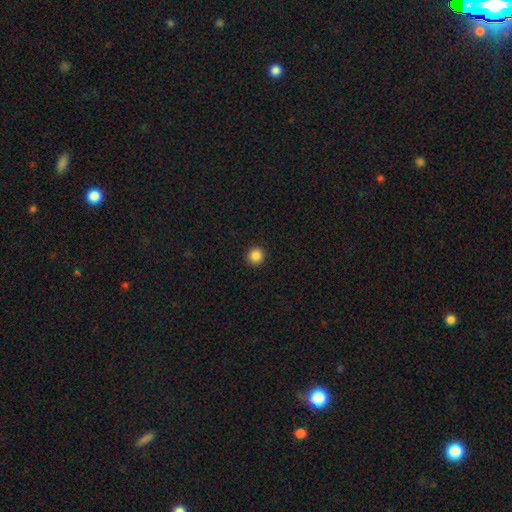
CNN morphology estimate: Overall: smooth (86%). How rounded: round (95%). Merging: none (93%).